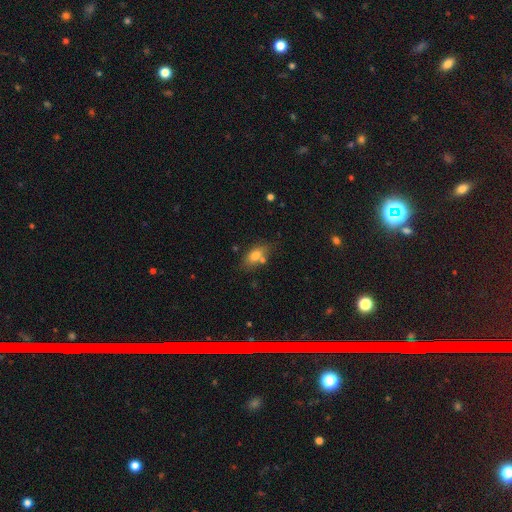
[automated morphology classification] This appears to be a smooth galaxy with no disk features (75%) that is in between round and cigar-shaped (85%). Merging: none (67%).